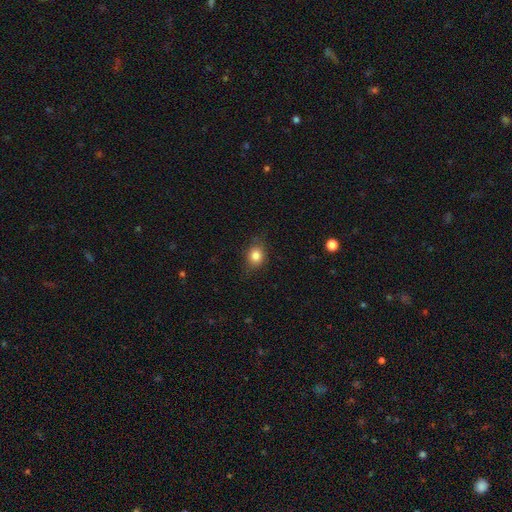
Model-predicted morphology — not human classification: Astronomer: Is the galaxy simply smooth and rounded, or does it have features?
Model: smooth — 82%.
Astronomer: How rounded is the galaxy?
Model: round — 59% (runner-up: in between, 40%).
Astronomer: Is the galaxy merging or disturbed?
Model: none — 76%.